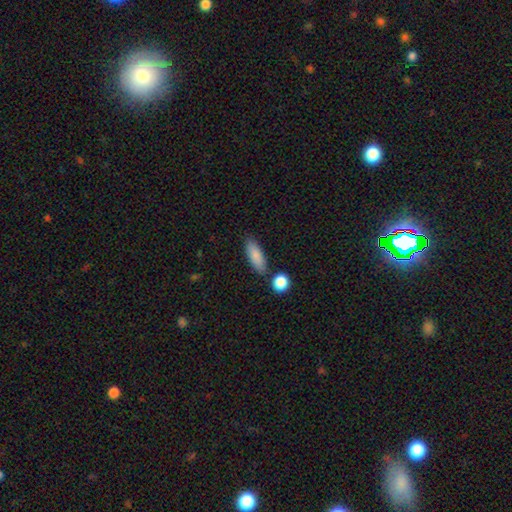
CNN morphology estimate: smooth_or_featured: smooth (p=0.85) [alt: featured or disk p=0.08]
how_rounded: in between (p=0.66) [alt: cigar-shaped p=0.31]
merging: none (p=0.78) [alt: minor disturbance p=0.13]